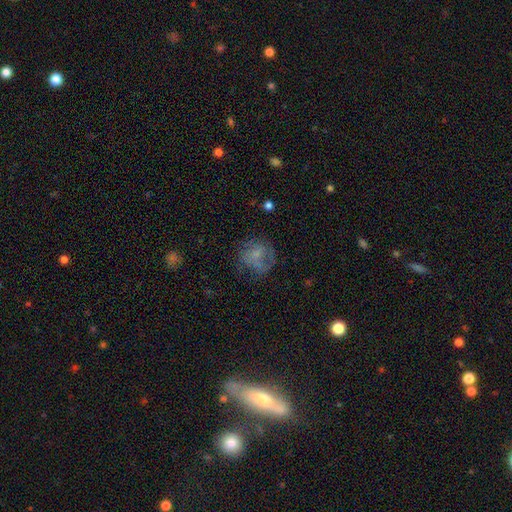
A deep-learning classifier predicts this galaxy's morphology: smooth-or-featured: smooth: 54% | featured or disk: 34% | star or artifact: 12%
  how-rounded: round: 72% | in between: 27% | cigar-shaped: 1%
  merging: none: 49% | major disturbance: 24% | minor disturbance: 24% | merger: 3%